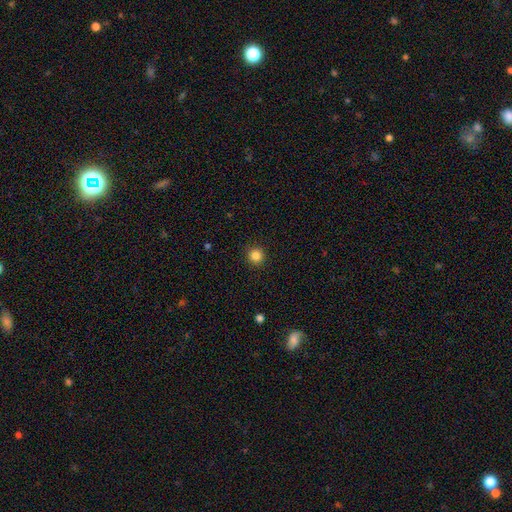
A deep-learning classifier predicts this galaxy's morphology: Q: Smooth or featured?
A: smooth (84%); runner-up: star or artifact (12%)
Q: How rounded?
A: round (95%); runner-up: in between (4%)
Q: Merging?
A: none (92%); runner-up: minor disturbance (5%)